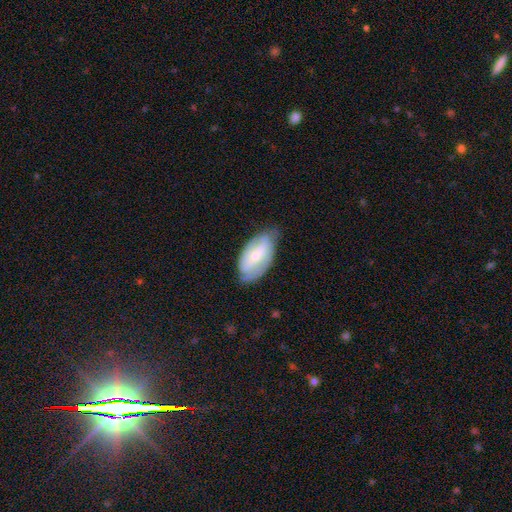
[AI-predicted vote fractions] Smooth or featured?
  - featured or disk: 59% *
  - smooth: 35%
  - star or artifact: 6%
Edge-on disk?
  - no: 93% *
  - yes: 7%
Bar?
  - no: 43% *
  - weak: 36%
  - strong: 20%
Spiral arms?
  - yes: 75% *
  - no: 25%
Bulge size?
  - small: 58% *
  - moderate: 37%
  - large: 2%
  - none: 2%
  - dominant: 1%
Merging?
  - none: 64% *
  - minor disturbance: 27%
  - major disturbance: 7%
  - merger: 1%